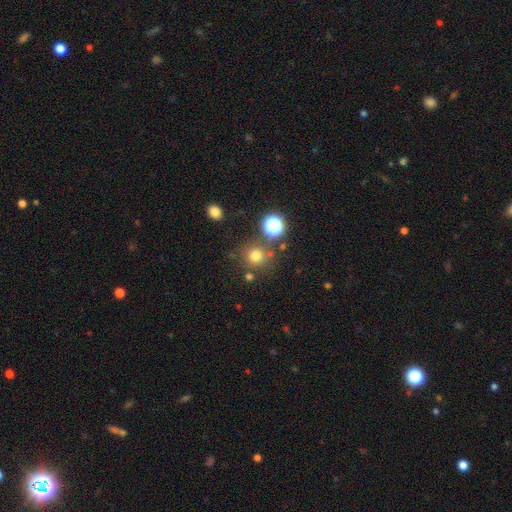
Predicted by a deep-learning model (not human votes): Morphology: type=smooth (72%); roundness=round (92%); merging=none (78%).